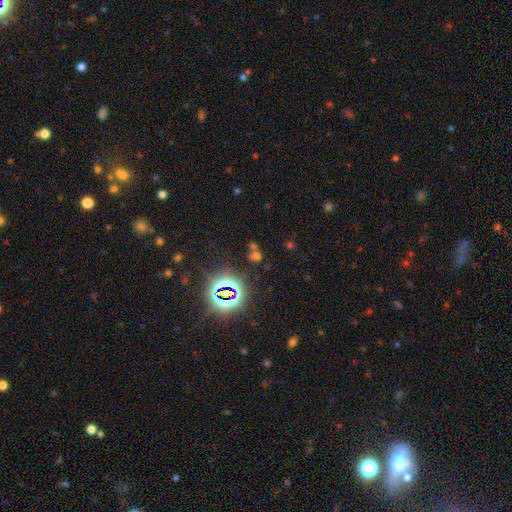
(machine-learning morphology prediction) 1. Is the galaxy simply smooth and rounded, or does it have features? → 55% star or artifact, 35% smooth, 10% featured or disk.